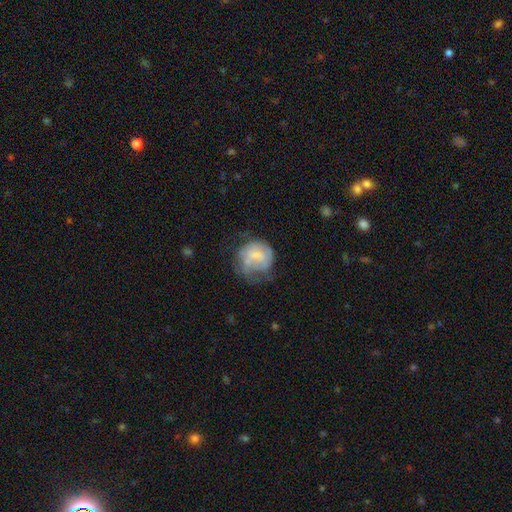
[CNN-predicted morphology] smooth 49%, featured or disk 43%, star or artifact 8%. Down the decision tree: merging — none (37%).